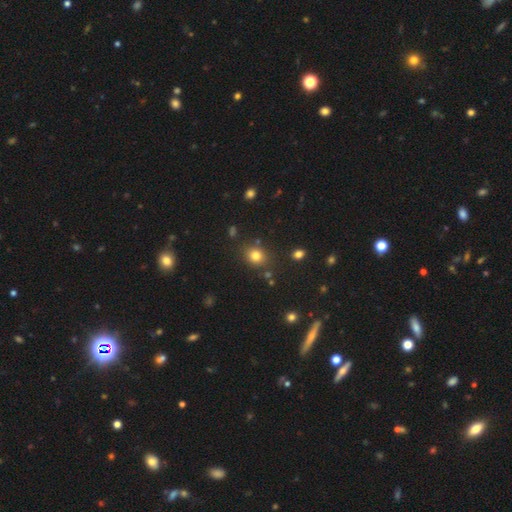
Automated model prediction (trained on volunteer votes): The model was most divided on "how rounded": round: 64%, in between: 35%, cigar-shaped: 1%. More confident: merging — none (81%); smooth or featured — smooth (79%).